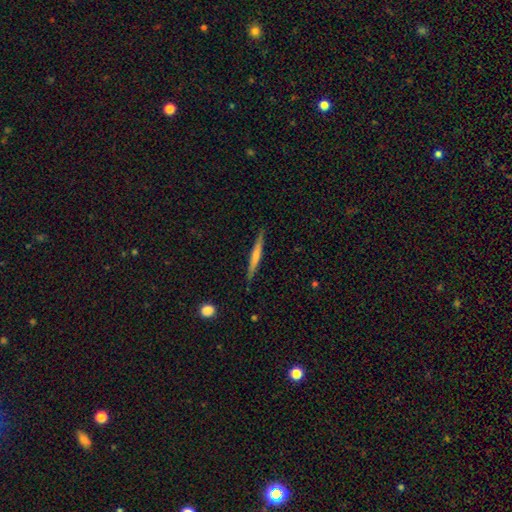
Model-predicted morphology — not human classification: The model was most divided on "smooth or featured": smooth: 52%, featured or disk: 42%, star or artifact: 6%. More confident: how rounded — cigar-shaped (95%); merging — none (87%).